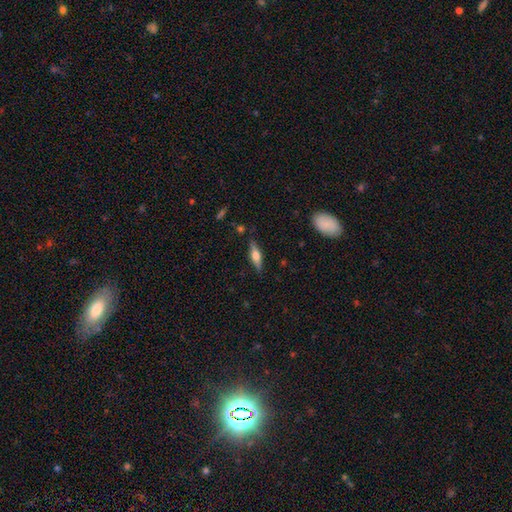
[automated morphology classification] Smooth or featured?
  - featured or disk: 53% *
  - smooth: 41%
  - star or artifact: 7%
Edge-on disk?
  - yes: 94% *
  - no: 6%
Merging?
  - none: 85% *
  - minor disturbance: 11%
  - major disturbance: 3%
  - merger: 2%